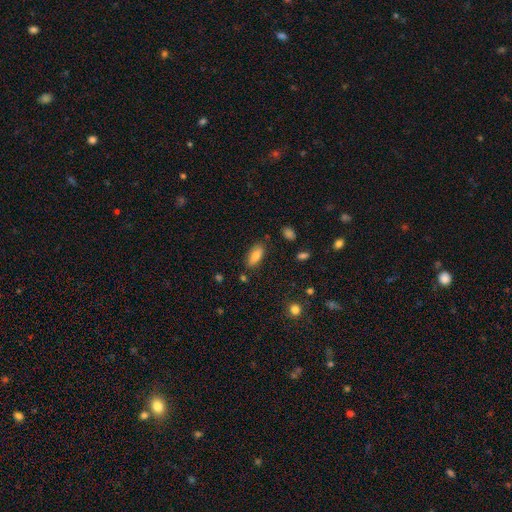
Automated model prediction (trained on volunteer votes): Smooth or featured? smooth (83%)
How rounded? in between (83%)
Merging? none (81%)